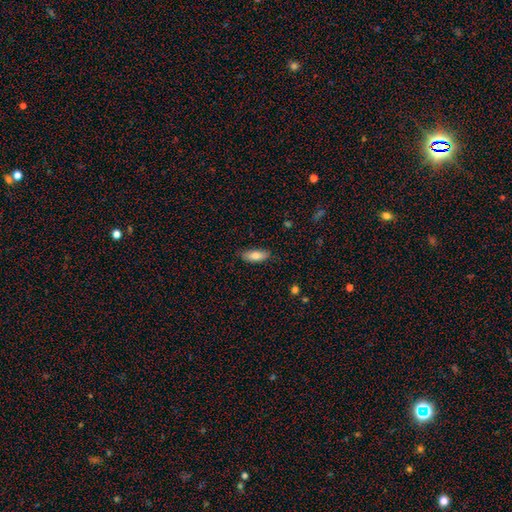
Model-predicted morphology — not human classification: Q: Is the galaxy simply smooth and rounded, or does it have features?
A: smooth — 80%.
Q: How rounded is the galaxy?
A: in between — 75%.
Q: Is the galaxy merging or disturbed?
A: none — 84%.